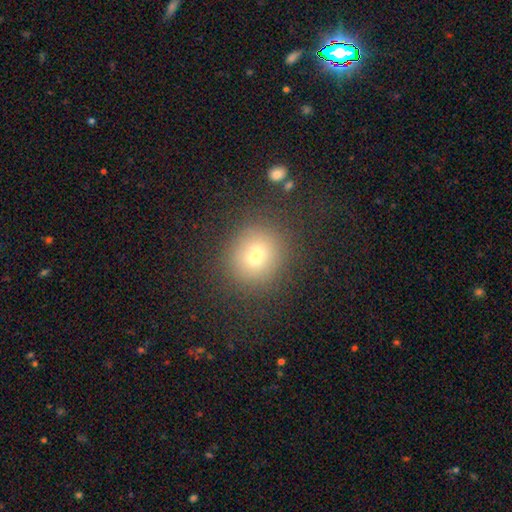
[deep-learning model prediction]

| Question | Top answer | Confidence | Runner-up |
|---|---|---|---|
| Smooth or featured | smooth | 72% | star or artifact (17%) |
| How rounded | round | 86% | in between (13%) |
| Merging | none | 85% | minor disturbance (8%) |